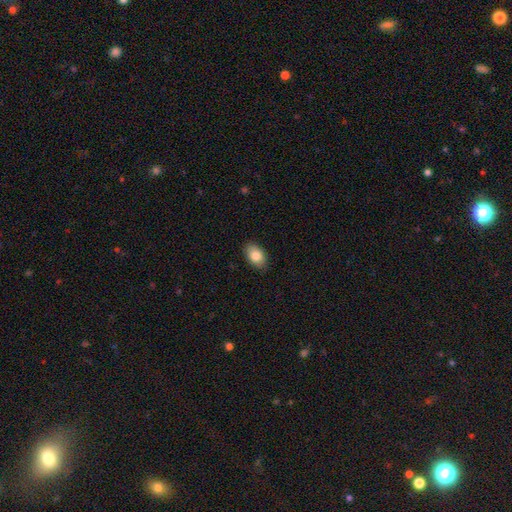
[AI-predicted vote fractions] Overall: smooth (83%). How rounded: in between (89%). Merging: none (87%).